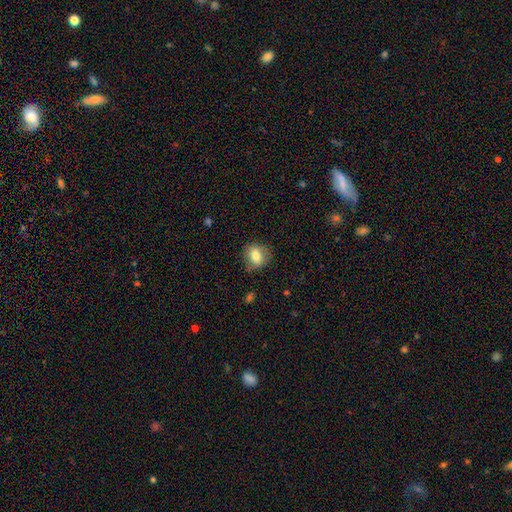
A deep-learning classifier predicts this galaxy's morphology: Smooth or featured? Predicted: smooth (p=0.77). How rounded? Predicted: round (p=0.53). Merging? Predicted: none (p=0.75).